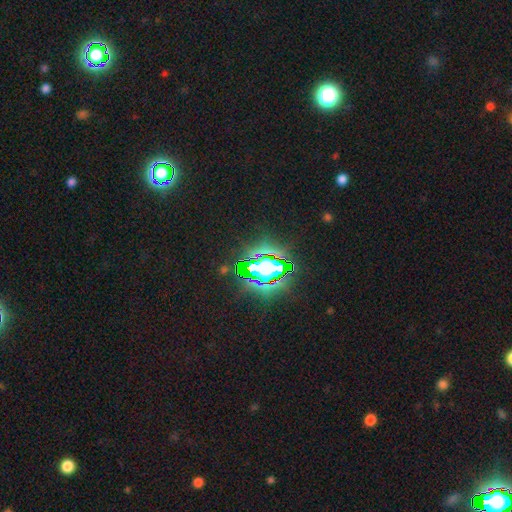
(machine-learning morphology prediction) star or artifact 82%, smooth 11%, featured or disk 7%.